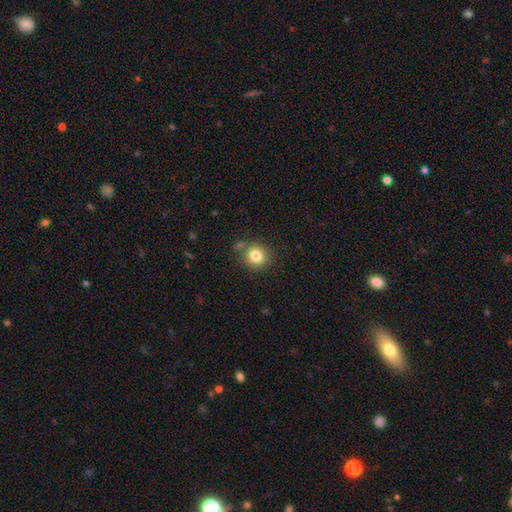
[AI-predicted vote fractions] Smooth or featured? Predicted: smooth (p=0.82). How rounded? Predicted: round (p=0.87). Merging? Predicted: none (p=0.79).